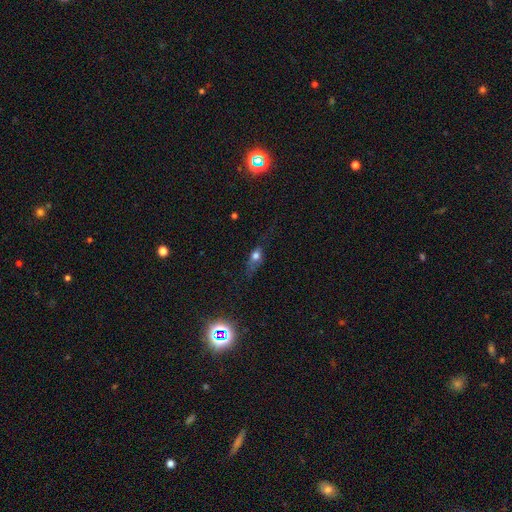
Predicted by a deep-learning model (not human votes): This appears to be a smooth galaxy with no disk features (58%) that is in between round and cigar-shaped (56%). Merging: none (52%).